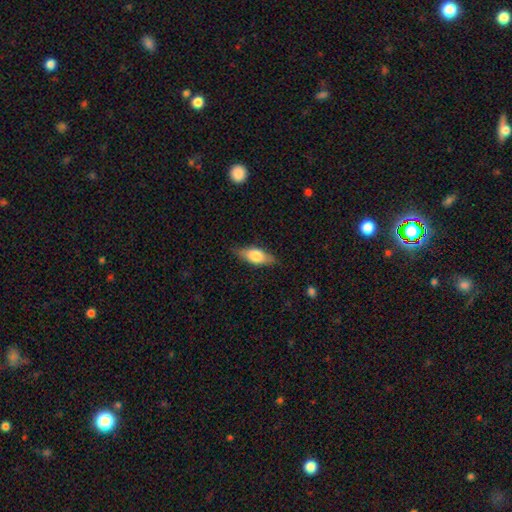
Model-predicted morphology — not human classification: Smooth or featured: smooth — 63% (featured or disk — 30%)
How rounded: in between — 75% (cigar-shaped — 22%)
Merging: none — 80% (minor disturbance — 16%)